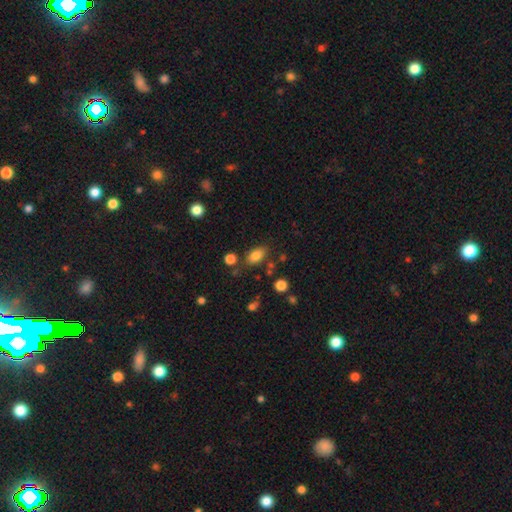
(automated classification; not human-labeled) Q: Smooth or featured?
A: smooth (81%); runner-up: star or artifact (10%)
Q: How rounded?
A: in between (87%); runner-up: round (10%)
Q: Merging?
A: none (74%); runner-up: minor disturbance (14%)